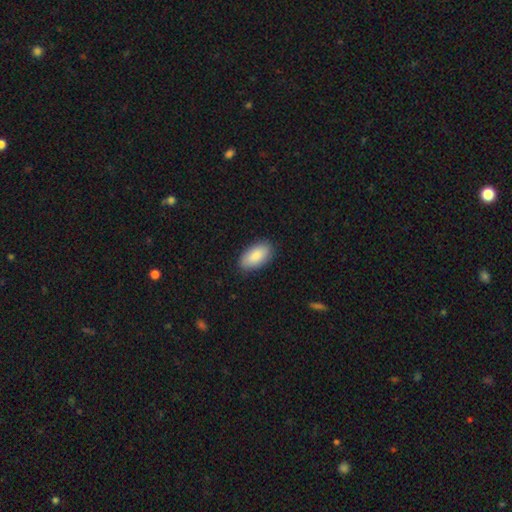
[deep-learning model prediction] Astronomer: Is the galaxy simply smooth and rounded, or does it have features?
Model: smooth — 89%.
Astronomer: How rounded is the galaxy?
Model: in between — 94%.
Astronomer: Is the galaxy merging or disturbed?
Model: none — 88%.